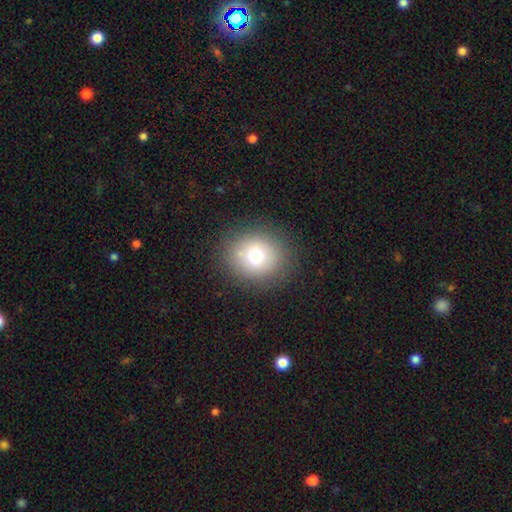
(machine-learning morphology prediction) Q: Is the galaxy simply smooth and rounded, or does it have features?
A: smooth — 72%.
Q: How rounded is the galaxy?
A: round — 78%.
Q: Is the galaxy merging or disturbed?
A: none — 84%.